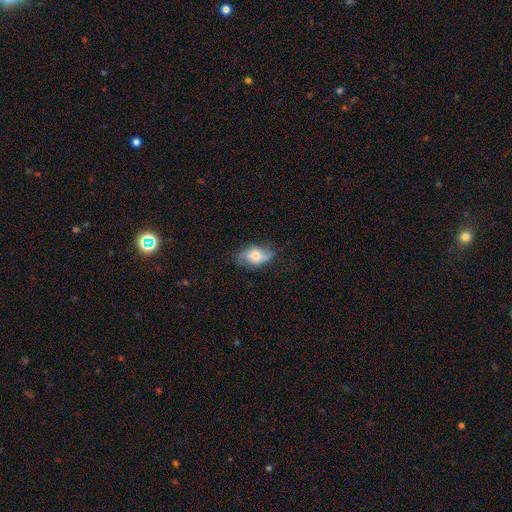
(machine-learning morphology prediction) A smooth galaxy with no disk features (57%) that is in between round and cigar-shaped (88%). Merging: none (66%).